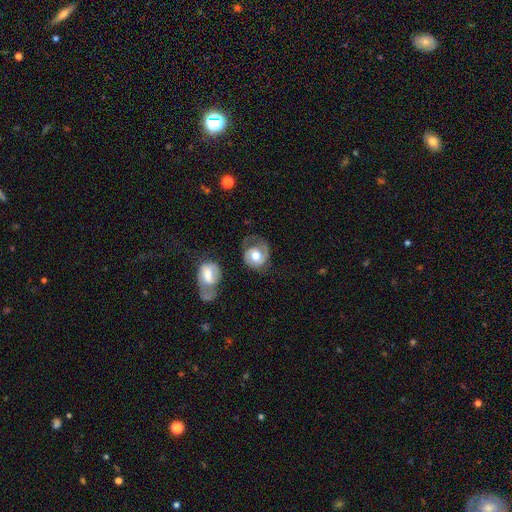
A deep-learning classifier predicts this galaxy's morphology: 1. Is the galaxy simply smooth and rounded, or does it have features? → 60% featured or disk, 35% smooth, 6% star or artifact.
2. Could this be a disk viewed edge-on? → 97% no, 3% yes.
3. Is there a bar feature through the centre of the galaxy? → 74% no, 21% weak, 5% strong.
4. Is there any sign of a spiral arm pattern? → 75% yes, 25% no.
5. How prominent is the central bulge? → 60% moderate, 32% large, 4% small, 2% dominant, 1% none.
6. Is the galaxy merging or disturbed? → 43% none, 26% major disturbance, 25% minor disturbance, 6% merger.